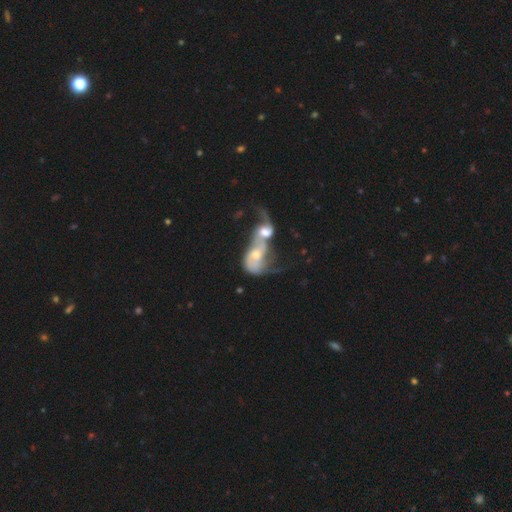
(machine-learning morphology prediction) type=featured or disk (58%); edge-on=no (94%); bar=no (71%); spiral arms=yes (61%); bulge=moderate (59%); merging=merger (85%).